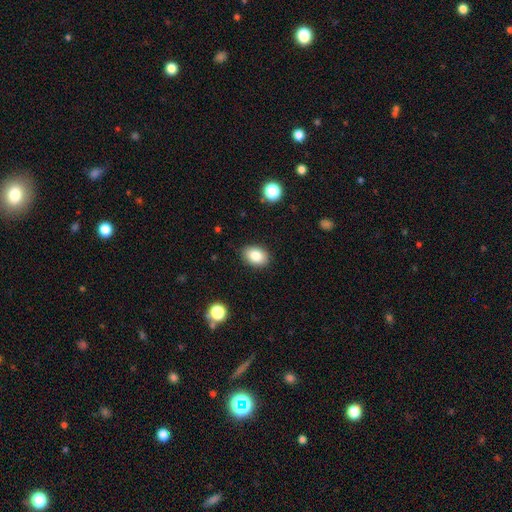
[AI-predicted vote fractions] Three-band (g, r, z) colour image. It shows a smooth galaxy with no disk features (83%) that is in between round and cigar-shaped (77%). Merging: none (88%).